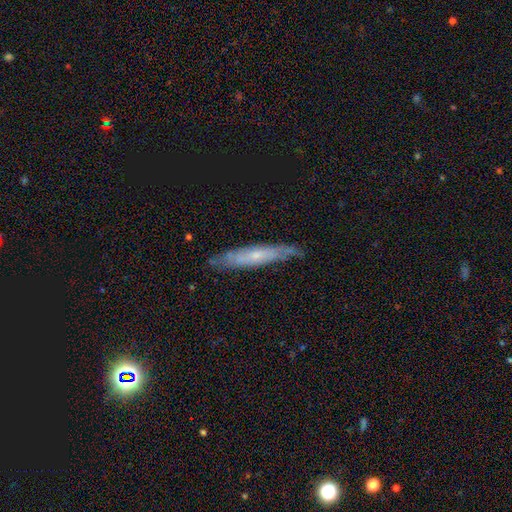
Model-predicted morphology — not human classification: This is likely a featured or disk galaxy (61%). It is likely viewed edge-on (62%). Merging: likely none (78%).